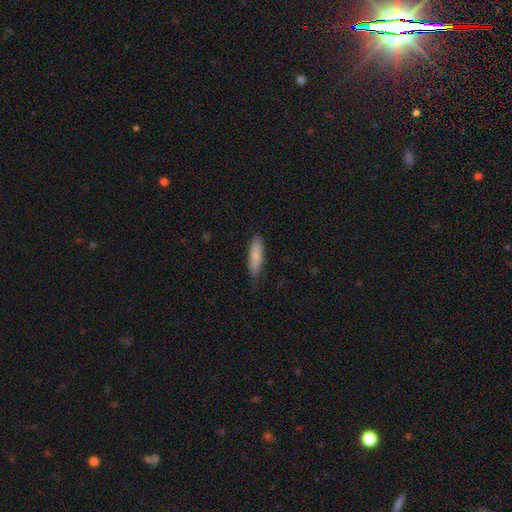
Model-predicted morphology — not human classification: Smooth or featured? smooth (77%)
How rounded? cigar-shaped (57%)
Merging? none (80%)